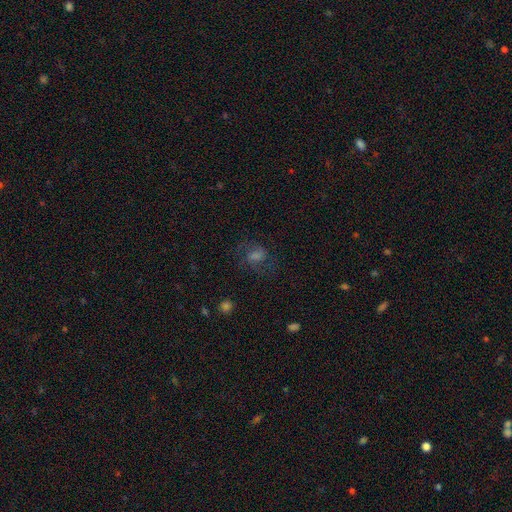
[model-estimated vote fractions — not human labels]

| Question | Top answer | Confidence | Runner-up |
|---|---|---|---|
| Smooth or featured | featured or disk | 43% | smooth (35%) |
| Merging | none | 65% | minor disturbance (17%) |